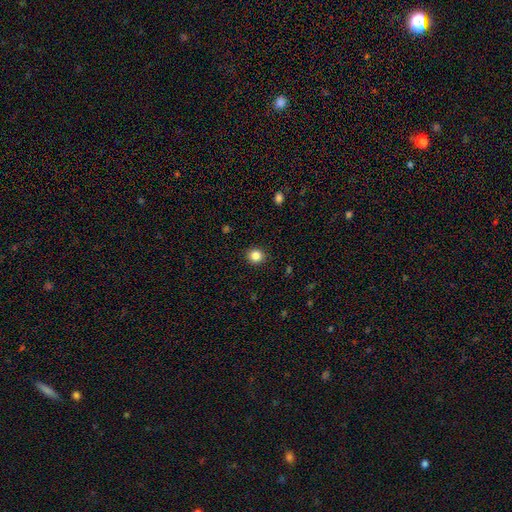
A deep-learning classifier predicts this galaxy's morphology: The model was most divided on "smooth or featured": smooth: 85%, star or artifact: 11%, featured or disk: 4%. More confident: merging — none (91%); how rounded — round (87%).